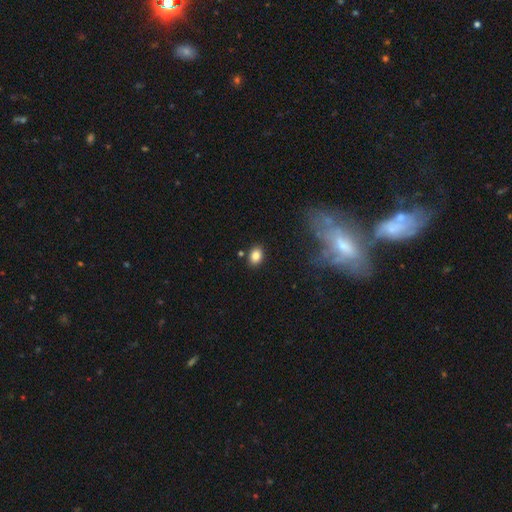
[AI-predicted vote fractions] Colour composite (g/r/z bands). It shows a smooth galaxy with no disk features (84%) that is in between round and cigar-shaped (62%). Merging: none (84%).